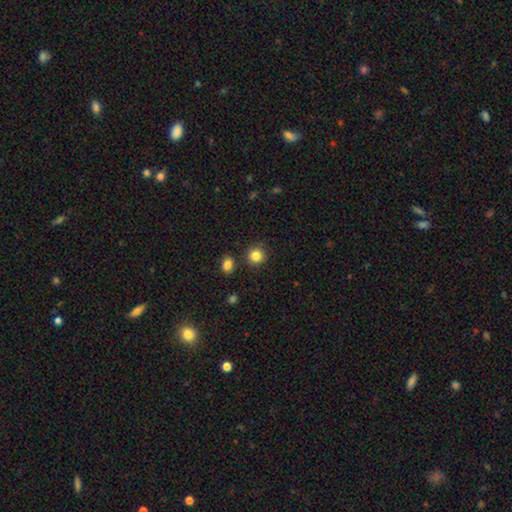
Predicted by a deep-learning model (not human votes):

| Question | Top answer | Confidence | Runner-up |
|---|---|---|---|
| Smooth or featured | smooth | 85% | star or artifact (10%) |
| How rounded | round | 90% | in between (9%) |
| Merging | none | 86% | minor disturbance (7%) |